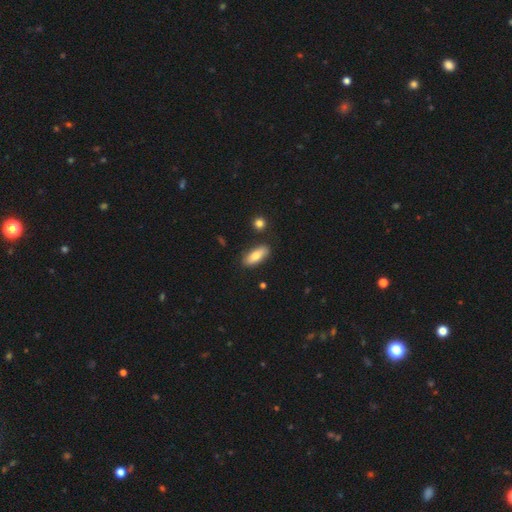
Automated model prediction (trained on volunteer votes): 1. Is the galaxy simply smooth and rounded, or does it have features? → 77% smooth, 17% featured or disk, 6% star or artifact.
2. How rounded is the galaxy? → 76% in between, 21% cigar-shaped, 3% round.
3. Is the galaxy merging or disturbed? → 84% none, 11% minor disturbance, 3% merger, 2% major disturbance.